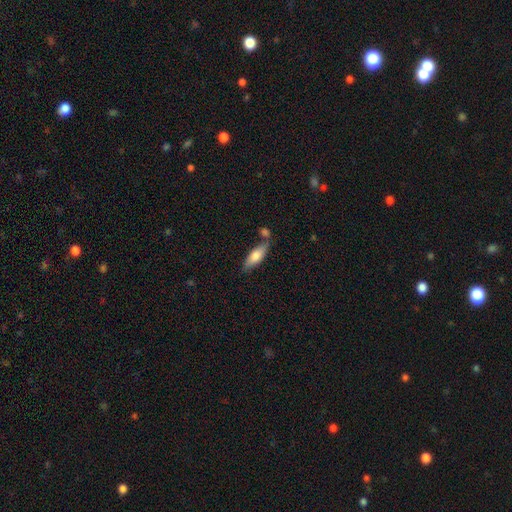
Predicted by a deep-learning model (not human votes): Smooth or featured? smooth (70%)
How rounded? in between (61%)
Merging? none (62%)